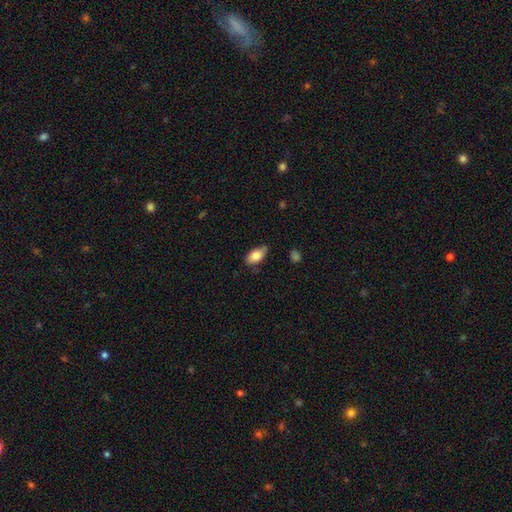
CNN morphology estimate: type=smooth (80%); roundness=in between (91%); merging=none (72%).